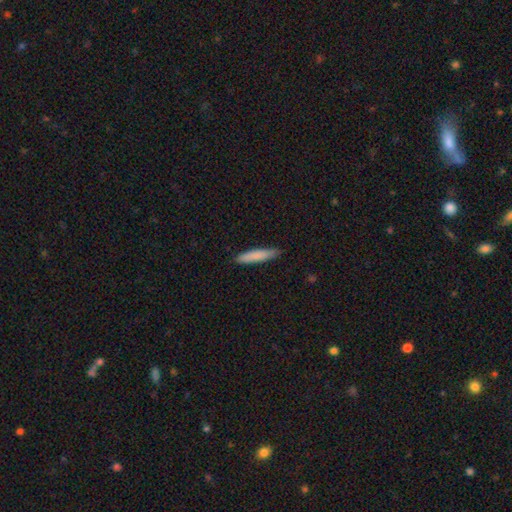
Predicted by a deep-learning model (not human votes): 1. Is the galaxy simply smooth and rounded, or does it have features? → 81% smooth, 13% featured or disk, 6% star or artifact.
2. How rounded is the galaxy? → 89% cigar-shaped, 10% in between, 1% round.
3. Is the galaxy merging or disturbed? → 87% none, 11% minor disturbance, 2% major disturbance, 1% merger.